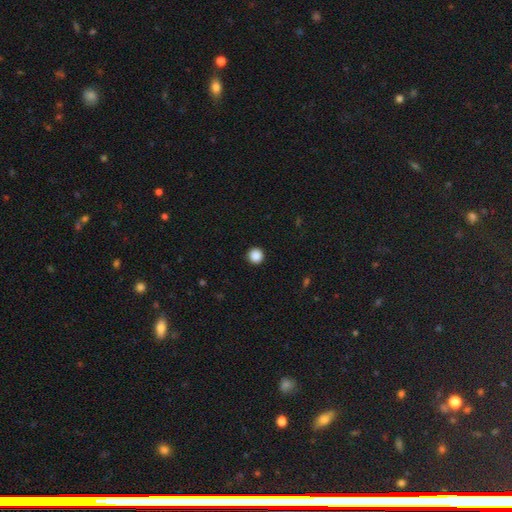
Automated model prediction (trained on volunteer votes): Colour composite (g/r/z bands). It shows a smooth galaxy with no disk features (88%) that is round (96%). Merging: none (93%).